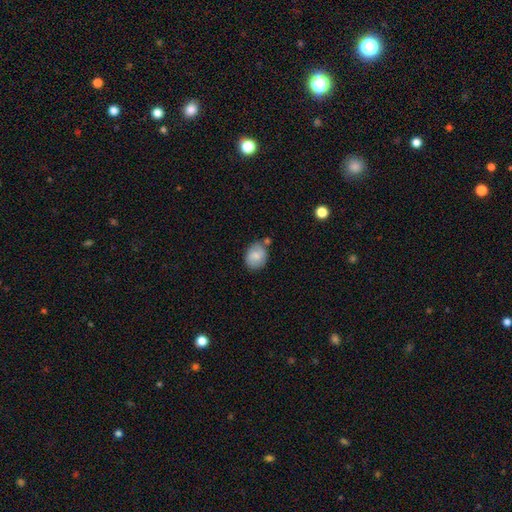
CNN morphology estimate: Smooth or featured: smooth — 76% (featured or disk — 16%)
How rounded: round — 51% (in between — 48%)
Merging: none — 66% (minor disturbance — 19%)